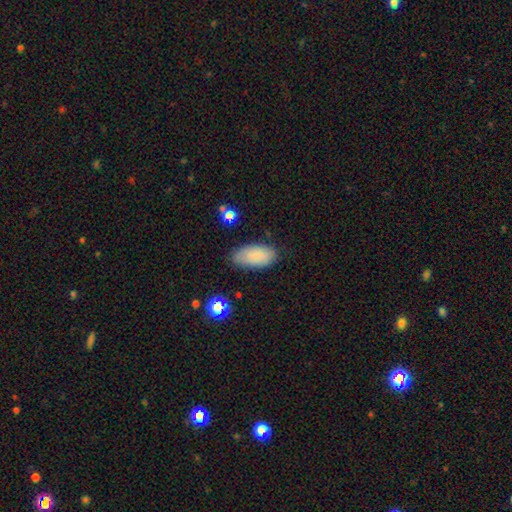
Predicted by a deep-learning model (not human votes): Smooth or featured?
  - smooth: 85% *
  - star or artifact: 8%
  - featured or disk: 7%
How rounded?
  - in between: 93% *
  - cigar-shaped: 5%
  - round: 2%
Merging?
  - none: 78% *
  - minor disturbance: 17%
  - major disturbance: 4%
  - merger: 2%